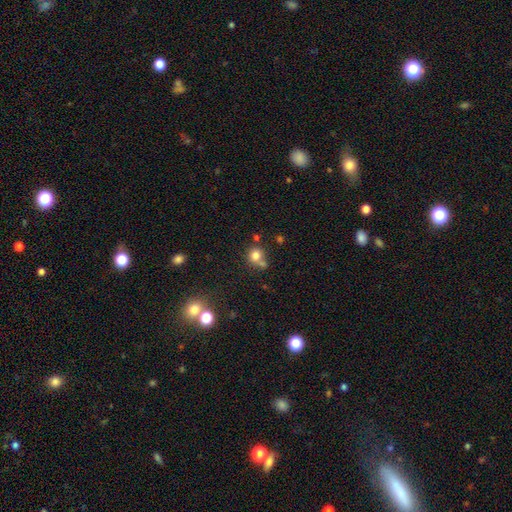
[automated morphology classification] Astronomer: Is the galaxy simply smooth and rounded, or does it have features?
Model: smooth — 78%.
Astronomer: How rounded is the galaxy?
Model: round — 85%.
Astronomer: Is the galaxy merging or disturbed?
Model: none — 54%.